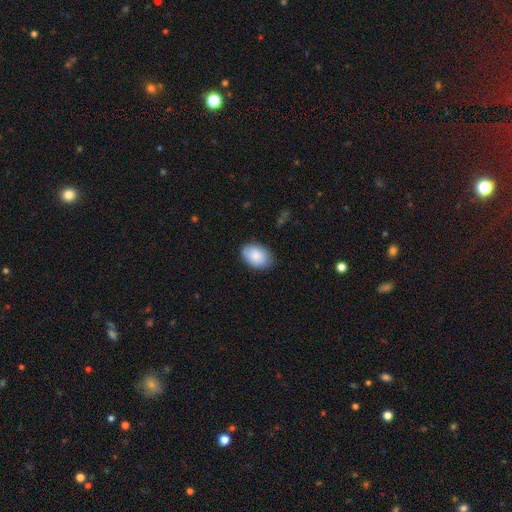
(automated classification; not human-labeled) smooth 85%, featured or disk 8%, star or artifact 6%. Down the decision tree: how rounded — in between (86%); merging — none (82%).